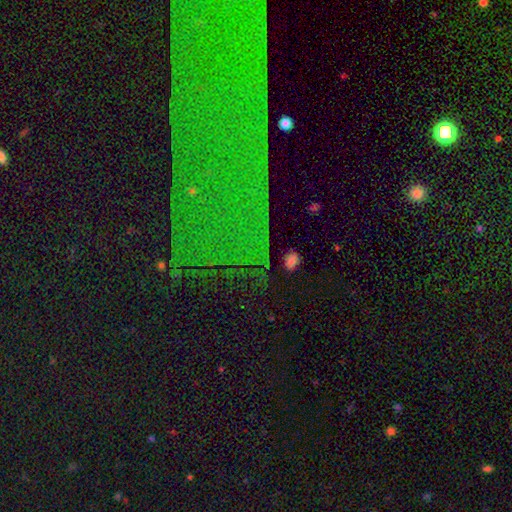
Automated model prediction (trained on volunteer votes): smooth_or_featured: star or artifact (p=0.61) [alt: smooth p=0.23]